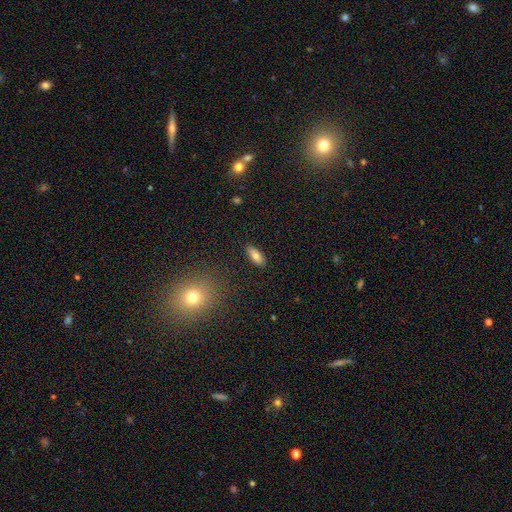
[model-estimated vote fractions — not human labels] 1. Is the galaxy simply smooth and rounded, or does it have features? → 80% smooth, 12% featured or disk, 8% star or artifact.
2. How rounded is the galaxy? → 80% in between, 17% cigar-shaped, 3% round.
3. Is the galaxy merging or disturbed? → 89% none, 8% minor disturbance, 2% major disturbance, 1% merger.